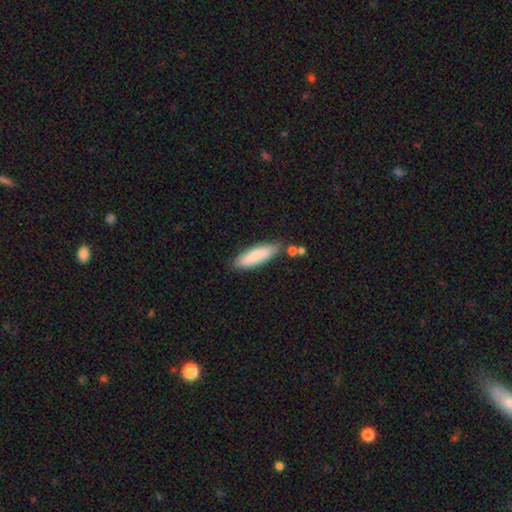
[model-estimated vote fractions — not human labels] Smooth or featured? Predicted: smooth (p=0.80). How rounded? Predicted: cigar-shaped (p=0.55). Merging? Predicted: none (p=0.76).